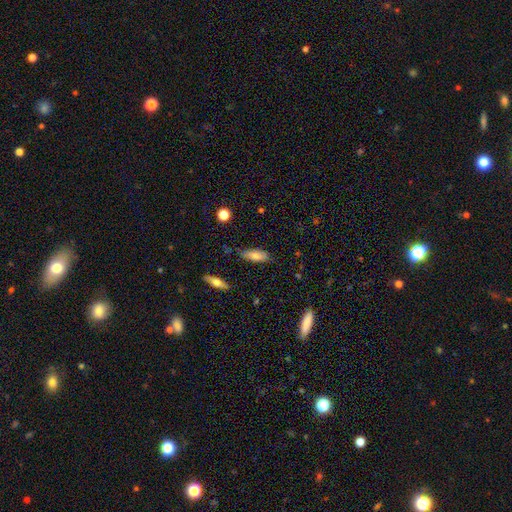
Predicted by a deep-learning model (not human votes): Morphology: type=smooth (77%); roundness=in between (70%); merging=none (71%).